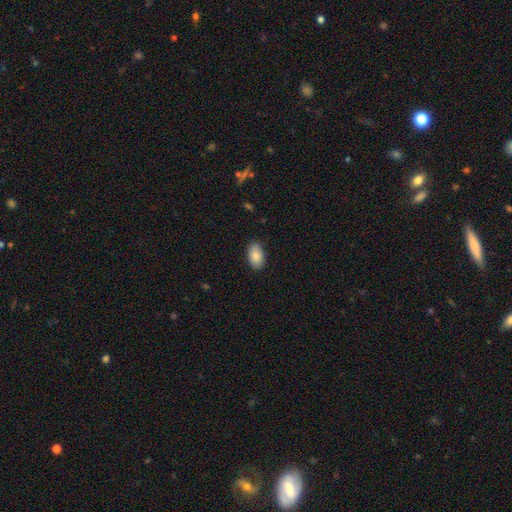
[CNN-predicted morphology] smooth-or-featured: smooth: 87% | star or artifact: 7% | featured or disk: 6%
  how-rounded: in between: 92% | round: 6% | cigar-shaped: 1%
  merging: none: 82% | minor disturbance: 15% | major disturbance: 2% | merger: 1%